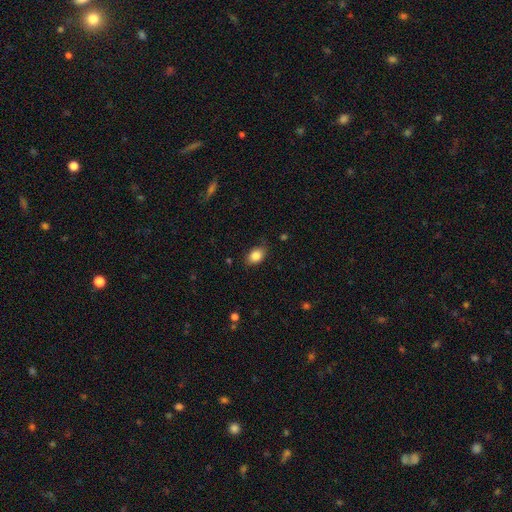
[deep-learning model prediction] smooth 85%, star or artifact 8%, featured or disk 7%. Down the decision tree: how rounded — in between (78%); merging — none (78%).